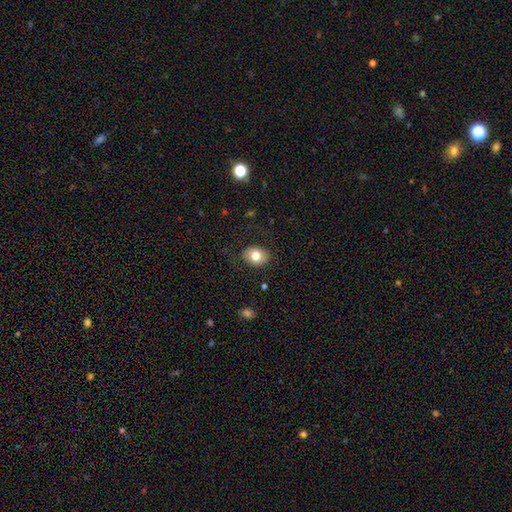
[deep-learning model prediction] Overall: smooth (80%). How rounded: in between (58%; round 41%). Merging: none (84%).